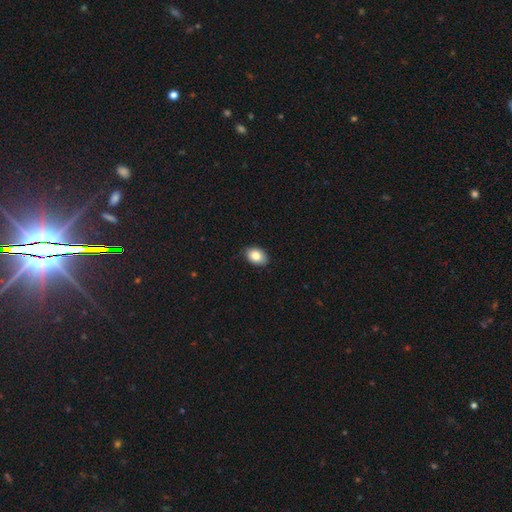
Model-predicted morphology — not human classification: Smooth or featured?
  - smooth: 83% *
  - featured or disk: 9%
  - star or artifact: 8%
How rounded?
  - in between: 83% *
  - round: 16%
  - cigar-shaped: 1%
Merging?
  - none: 84% *
  - minor disturbance: 13%
  - major disturbance: 2%
  - merger: 1%